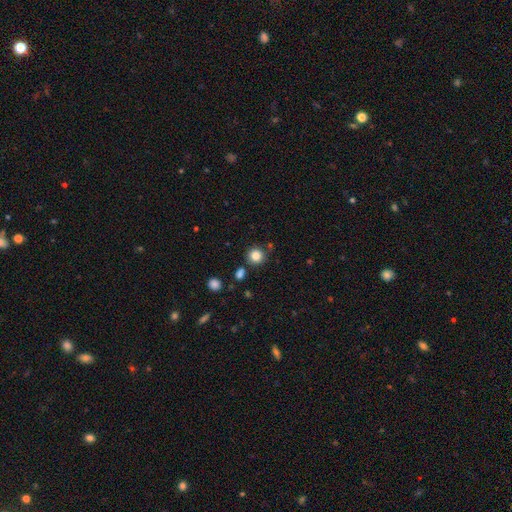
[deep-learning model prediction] Smooth or featured?
  - smooth: 83% *
  - star or artifact: 11%
  - featured or disk: 5%
How rounded?
  - round: 92% *
  - in between: 7%
  - cigar-shaped: 1%
Merging?
  - none: 82% *
  - minor disturbance: 8%
  - merger: 6%
  - major disturbance: 3%